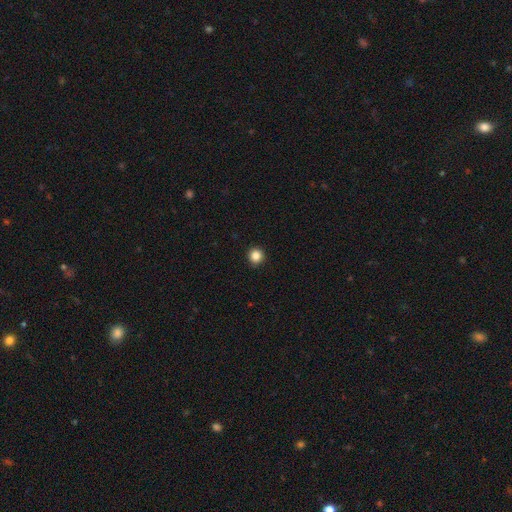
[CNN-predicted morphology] The model was most divided on "smooth or featured": smooth: 86%, star or artifact: 11%, featured or disk: 3%. More confident: how rounded — round (96%); merging — none (93%).